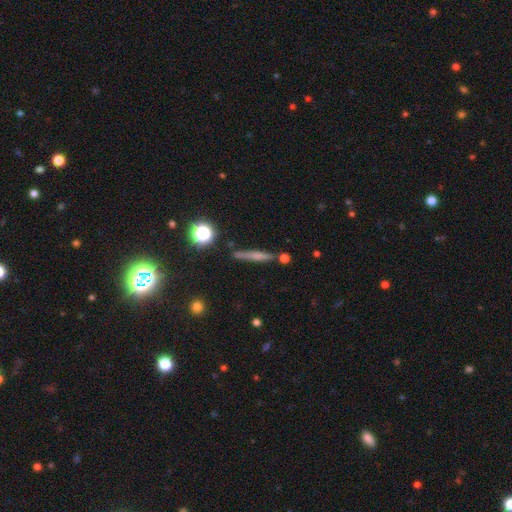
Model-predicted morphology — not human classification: A smooth galaxy with no disk features (49%).

Vote fractions:
- Smooth or featured? smooth: 49% / featured or disk: 38% / star or artifact: 13%
- Merging? none: 80% / minor disturbance: 12% / merger: 6% / major disturbance: 3%